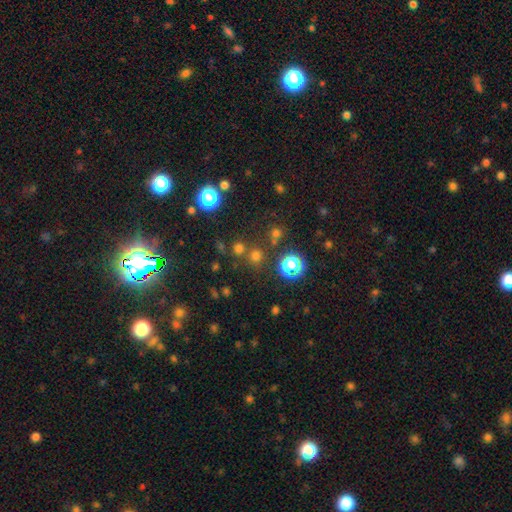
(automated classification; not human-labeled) This is possibly a smooth galaxy (57%). How rounded: clearly round (92%). Merging: likely none (76%).